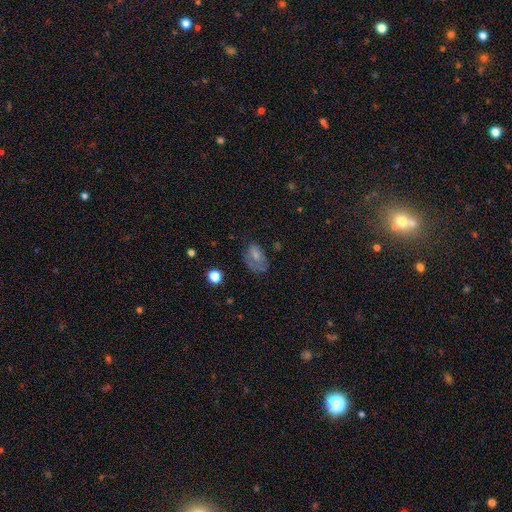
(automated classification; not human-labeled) Overall: smooth (65%). How rounded: in between (84%). Merging: none (43%; minor disturbance 31%).